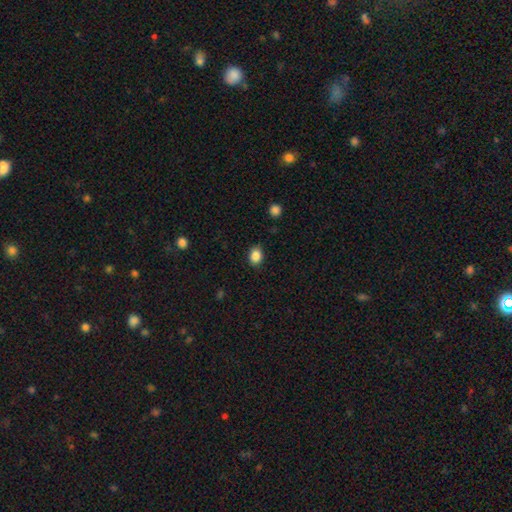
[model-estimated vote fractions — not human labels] Morphology: type=smooth (87%); roundness=in between (65%); merging=none (86%).